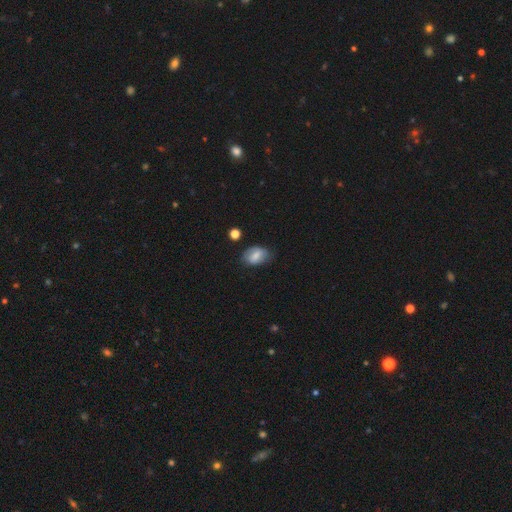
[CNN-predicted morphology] Smooth or featured? smooth (68%)
How rounded? in between (83%)
Merging? none (67%)